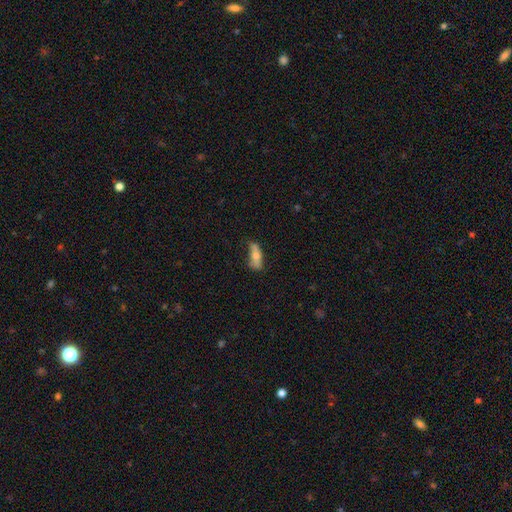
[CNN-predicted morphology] Smooth or featured? smooth (61%)
How rounded? in between (64%)
Merging? none (54%)